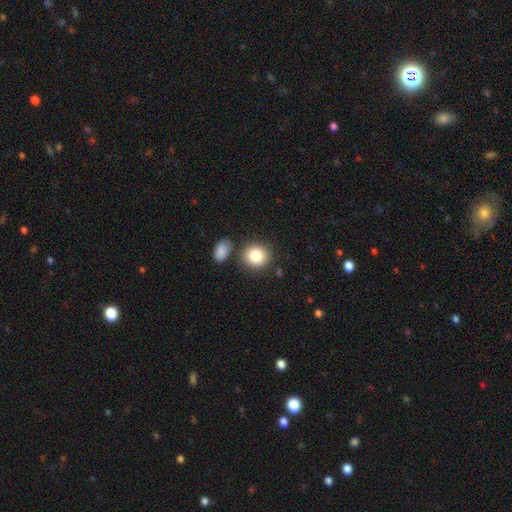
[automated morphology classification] The model was most divided on "merging": none: 77%, merger: 10%, minor disturbance: 10%, major disturbance: 3%. More confident: smooth or featured — smooth (85%); how rounded — round (83%).